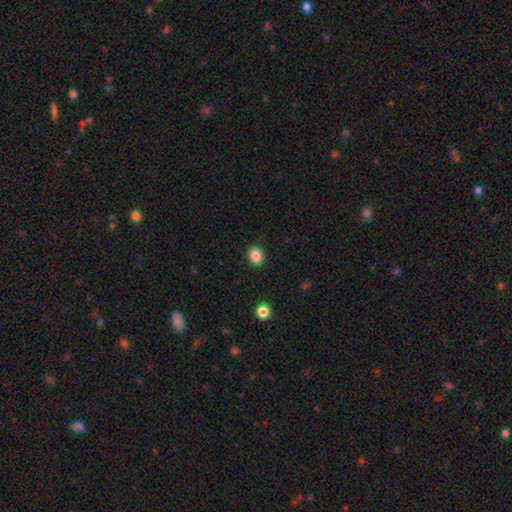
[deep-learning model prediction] smooth-or-featured: smooth: 87% | star or artifact: 10% | featured or disk: 4%
  how-rounded: round: 59% | in between: 40% | cigar-shaped: 1%
  merging: none: 90% | minor disturbance: 7% | major disturbance: 2% | merger: 1%